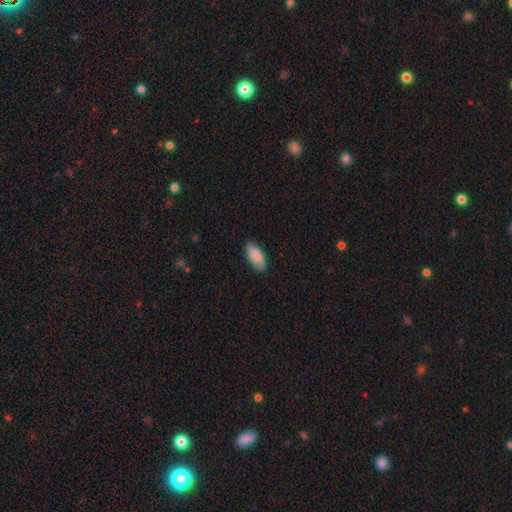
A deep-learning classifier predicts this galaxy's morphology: Overall: smooth (86%). How rounded: in between (91%). Merging: none (85%).